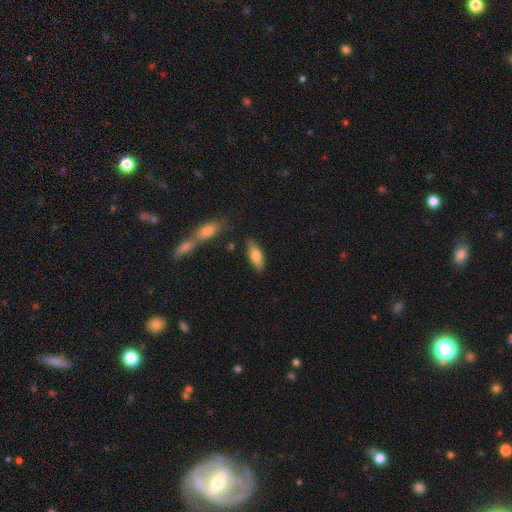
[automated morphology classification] Q: Smooth or featured?
A: smooth (73%); runner-up: featured or disk (21%)
Q: How rounded?
A: in between (69%); runner-up: cigar-shaped (29%)
Q: Merging?
A: none (78%); runner-up: minor disturbance (13%)